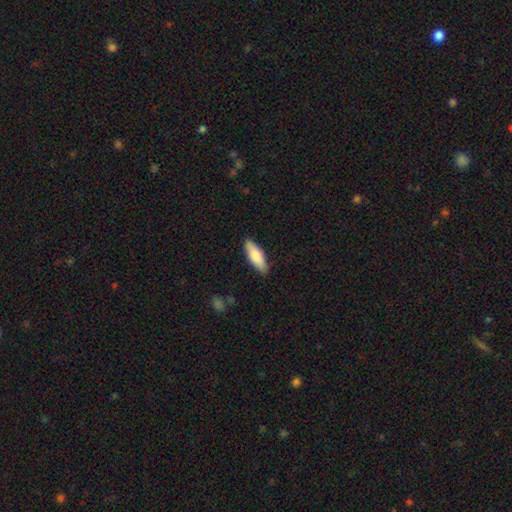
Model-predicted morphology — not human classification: smooth 79%, featured or disk 16%, star or artifact 5%. Down the decision tree: how rounded — in between (59%); merging — none (85%).